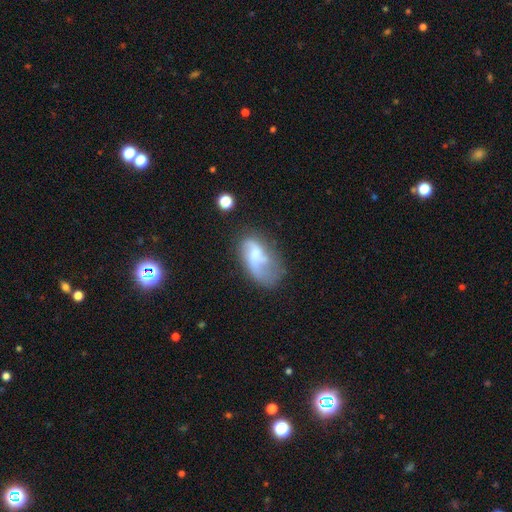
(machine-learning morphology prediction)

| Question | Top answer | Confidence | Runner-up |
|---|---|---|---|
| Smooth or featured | featured or disk | 54% | smooth (37%) |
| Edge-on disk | no | 96% | yes (4%) |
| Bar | no | 58% | weak (33%) |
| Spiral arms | yes | 74% | no (26%) |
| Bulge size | moderate | 30% | small (29%) |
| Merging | none | 35% | major disturbance (33%) |